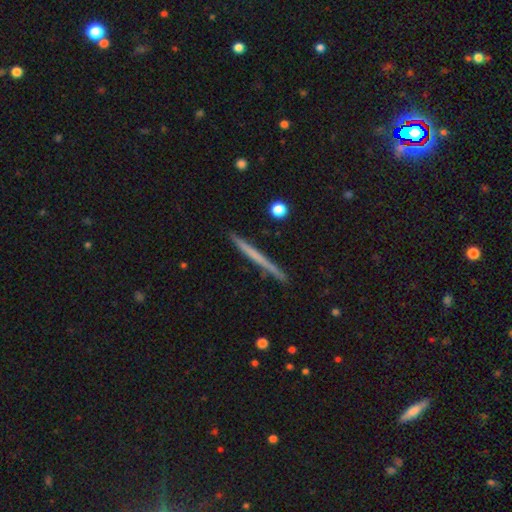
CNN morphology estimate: Overall: featured or disk (48%; smooth 46%). Merging: none (91%).